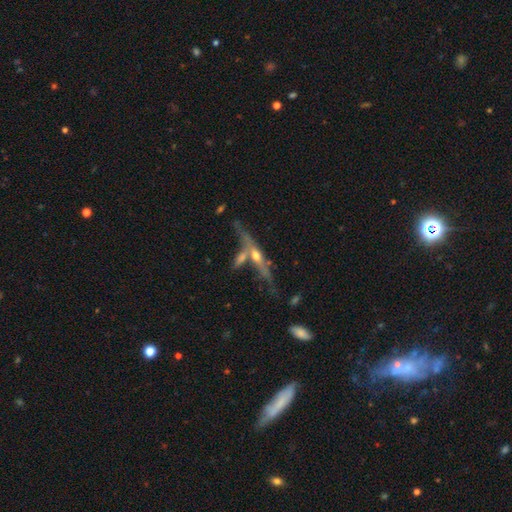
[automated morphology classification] A featured or disk galaxy (72%) viewed edge-on (89%) with a rounded central bulge (86%). Merging: none (50%).